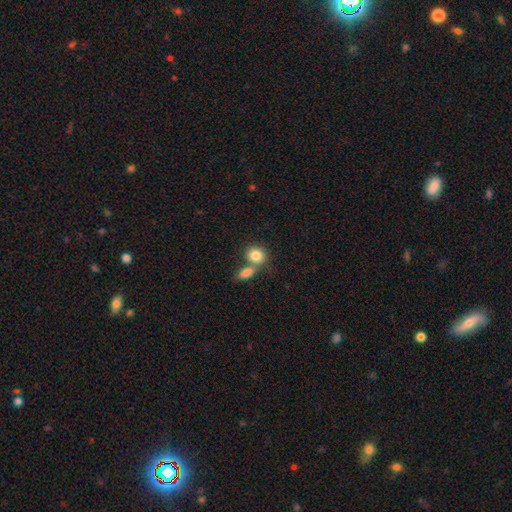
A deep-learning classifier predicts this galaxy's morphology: smooth-or-featured: smooth: 84% | featured or disk: 8% | star or artifact: 8%
  how-rounded: round: 65% | in between: 34% | cigar-shaped: 2%
  merging: merger: 45% | none: 43% | minor disturbance: 9% | major disturbance: 3%